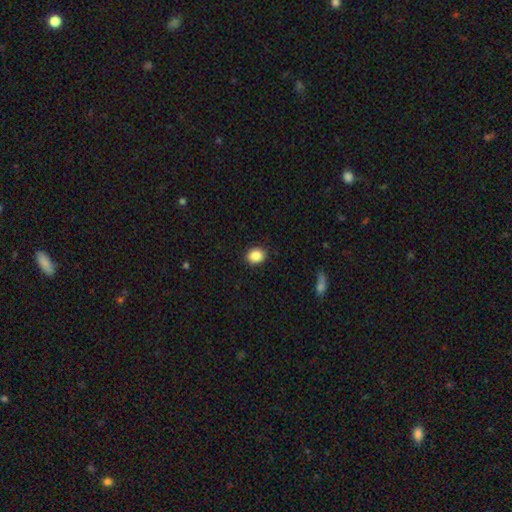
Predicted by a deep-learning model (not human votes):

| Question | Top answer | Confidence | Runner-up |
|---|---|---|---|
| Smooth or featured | smooth | 87% | star or artifact (9%) |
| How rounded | round | 62% | in between (37%) |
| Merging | none | 91% | minor disturbance (7%) |